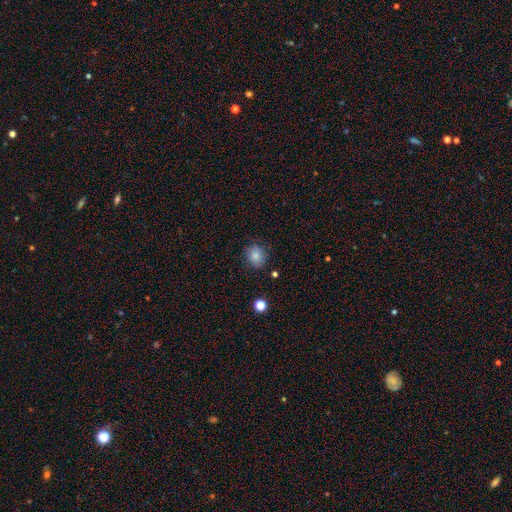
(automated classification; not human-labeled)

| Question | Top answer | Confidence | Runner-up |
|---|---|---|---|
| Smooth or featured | smooth | 84% | star or artifact (10%) |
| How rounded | round | 71% | in between (28%) |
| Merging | none | 82% | minor disturbance (13%) |